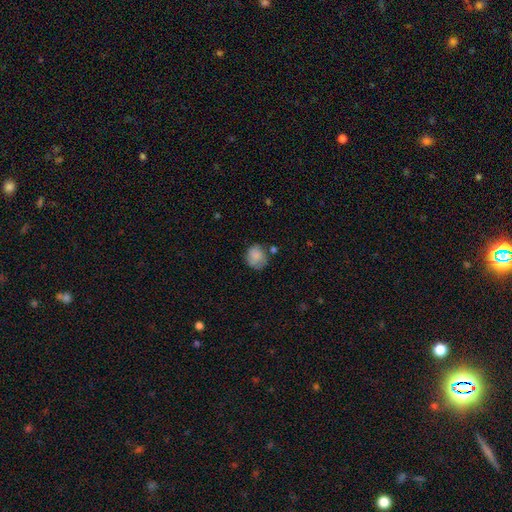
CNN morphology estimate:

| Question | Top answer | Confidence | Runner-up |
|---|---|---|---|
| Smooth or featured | smooth | 79% | featured or disk (12%) |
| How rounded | round | 75% | in between (24%) |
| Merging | none | 60% | minor disturbance (25%) |